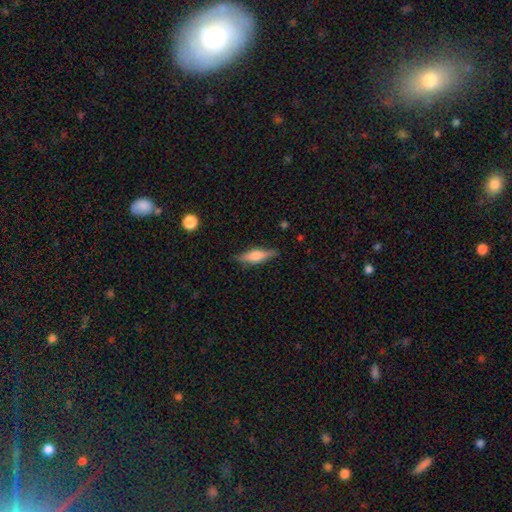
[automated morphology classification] featured or disk 51%, smooth 42%, star or artifact 7%. Down the decision tree: edge-on disk — yes (95%); merging — none (86%).